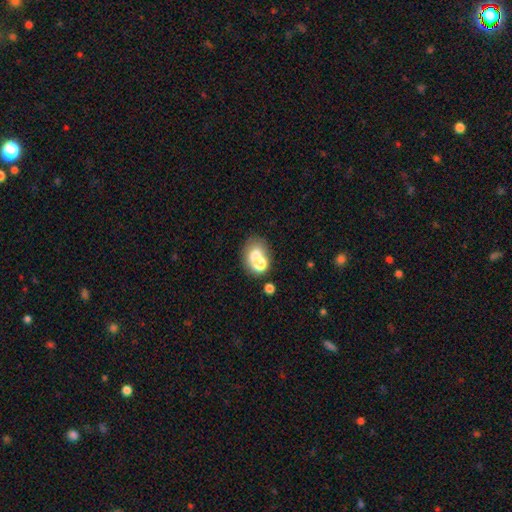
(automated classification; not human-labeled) smooth-or-featured: smooth: 65% | featured or disk: 23% | star or artifact: 12%
  how-rounded: in between: 51% | round: 48% | cigar-shaped: 1%
  merging: merger: 51% | none: 33% | minor disturbance: 10% | major disturbance: 6%